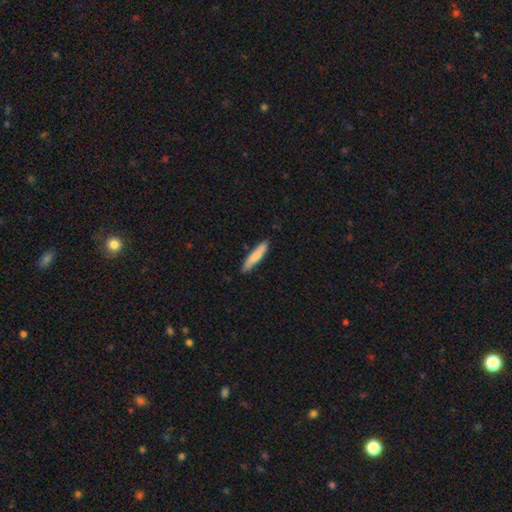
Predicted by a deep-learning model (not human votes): Smooth or featured?
  - smooth: 77% *
  - featured or disk: 18%
  - star or artifact: 5%
How rounded?
  - cigar-shaped: 87% *
  - in between: 11%
  - round: 1%
Merging?
  - none: 84% *
  - minor disturbance: 12%
  - major disturbance: 2%
  - merger: 1%